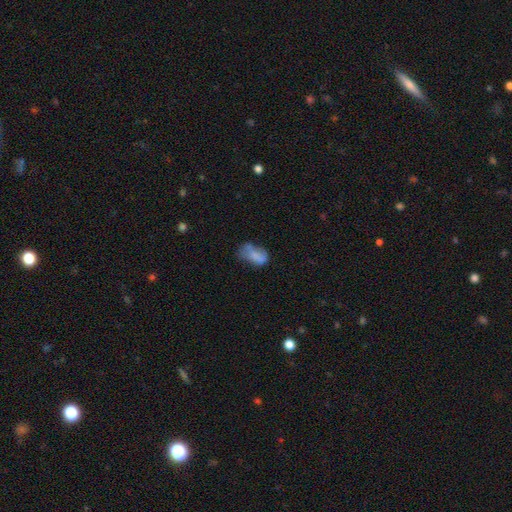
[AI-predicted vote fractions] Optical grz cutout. It shows a smooth galaxy with no disk features (65%) that is in between round and cigar-shaped (89%). Merging: minor disturbance (33%).